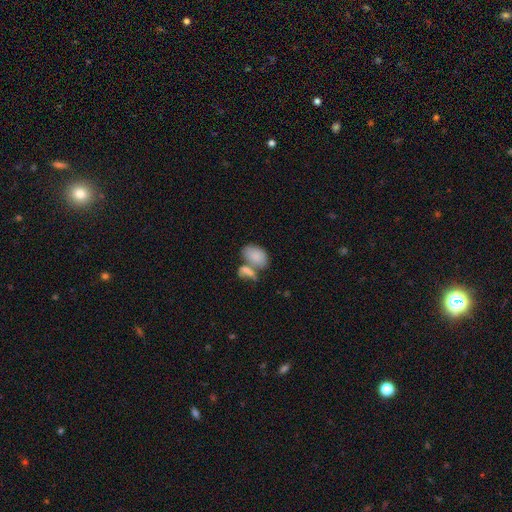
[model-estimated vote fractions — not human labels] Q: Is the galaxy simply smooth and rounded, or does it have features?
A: smooth — 80%.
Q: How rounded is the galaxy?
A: in between — 90%.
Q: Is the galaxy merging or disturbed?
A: merger — 50%.